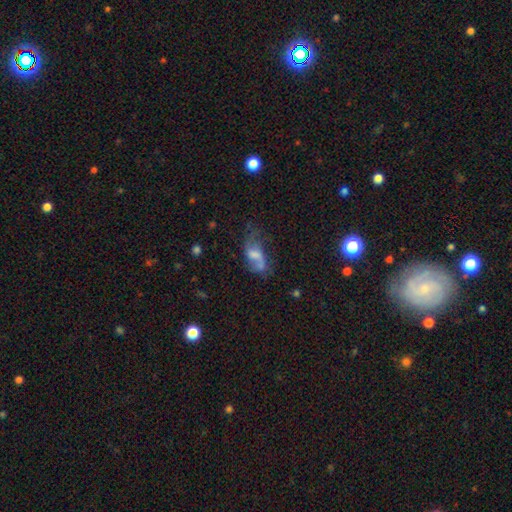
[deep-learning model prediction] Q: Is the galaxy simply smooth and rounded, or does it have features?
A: featured or disk — 51%.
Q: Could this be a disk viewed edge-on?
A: no — 95%.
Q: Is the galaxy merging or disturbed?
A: major disturbance — 34%.